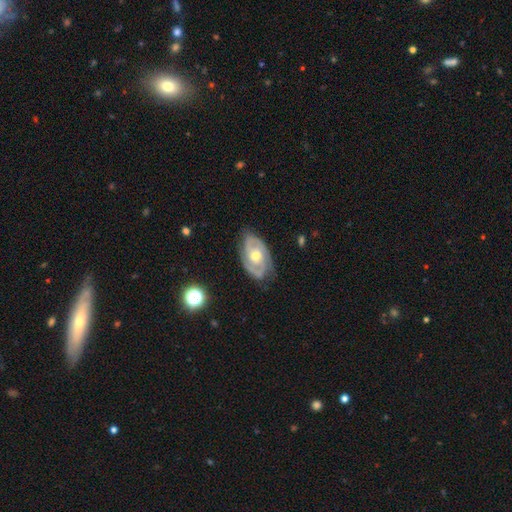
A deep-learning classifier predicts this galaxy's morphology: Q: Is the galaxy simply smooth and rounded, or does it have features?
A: featured or disk — 89%.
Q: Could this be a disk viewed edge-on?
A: no — 96%.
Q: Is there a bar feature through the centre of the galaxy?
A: no — 67%.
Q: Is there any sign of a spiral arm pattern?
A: yes — 96%.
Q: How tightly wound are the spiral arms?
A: tight — 61%.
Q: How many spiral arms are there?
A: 2 — 72%.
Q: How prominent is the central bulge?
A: moderate — 68%.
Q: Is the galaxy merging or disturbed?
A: none — 79%.